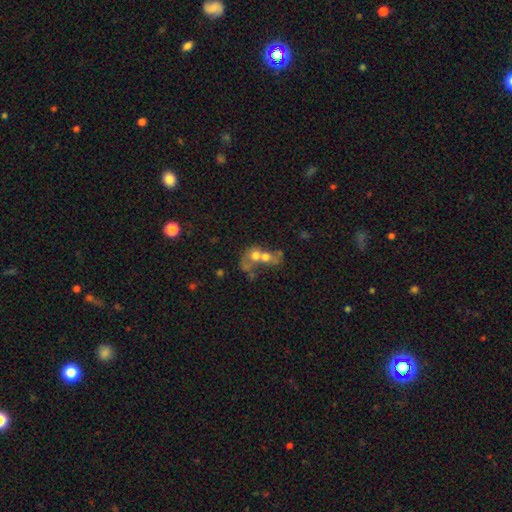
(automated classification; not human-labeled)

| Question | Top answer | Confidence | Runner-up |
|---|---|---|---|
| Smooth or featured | smooth | 52% | featured or disk (34%) |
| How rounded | round | 58% | in between (40%) |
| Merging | merger | 70% | none (15%) |